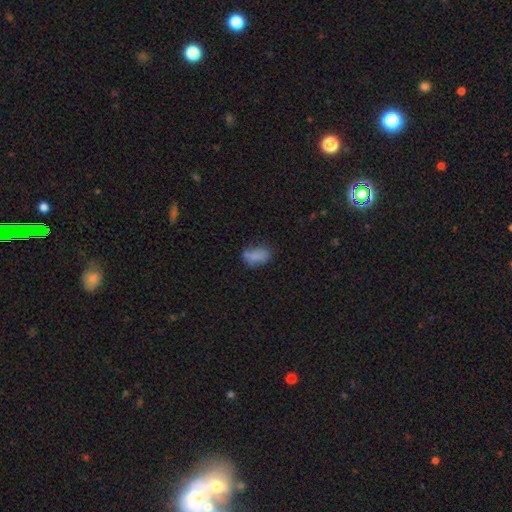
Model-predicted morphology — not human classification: smooth_or_featured: smooth (p=0.76) [alt: featured or disk p=0.12]
how_rounded: in between (p=0.88) [alt: round p=0.08]
merging: none (p=0.50) [alt: minor disturbance p=0.27]